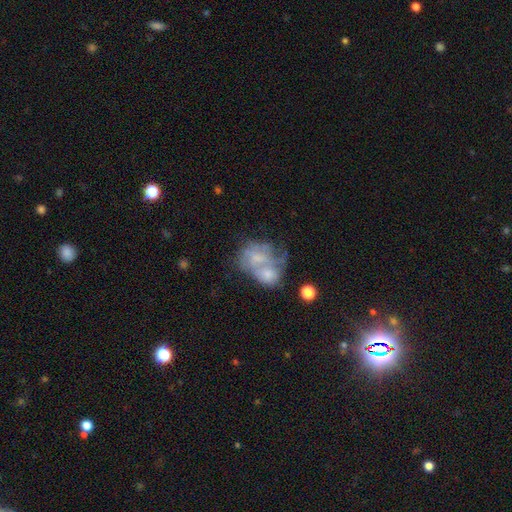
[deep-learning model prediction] smooth_or_featured: featured or disk (p=0.49) [alt: smooth p=0.40]
merging: merger (p=0.51) [alt: major disturbance p=0.19]